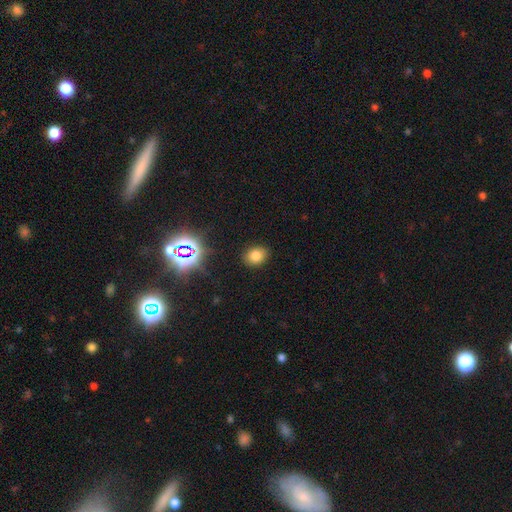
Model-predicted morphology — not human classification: Smooth or featured? smooth (76%)
How rounded? in between (52%)
Merging? none (88%)